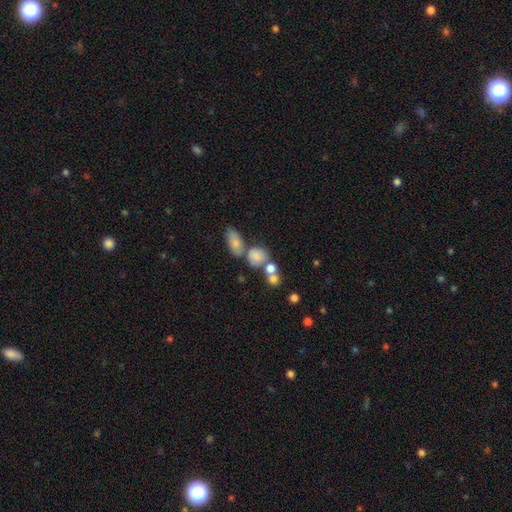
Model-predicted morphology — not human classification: smooth 69%, star or artifact 16%, featured or disk 15%. Down the decision tree: how rounded — round (56%); merging — none (42%).